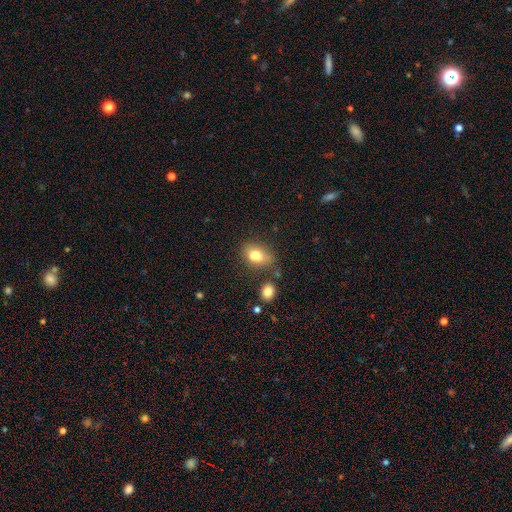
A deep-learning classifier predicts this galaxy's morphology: A smooth galaxy with no disk features (80%) that is in between round and cigar-shaped (81%).

Vote fractions:
- Smooth or featured? smooth: 80% / featured or disk: 11% / star or artifact: 9%
- How rounded? in between: 81% / round: 18% / cigar-shaped: 2%
- Merging? none: 60% / minor disturbance: 21% / merger: 12% / major disturbance: 7%